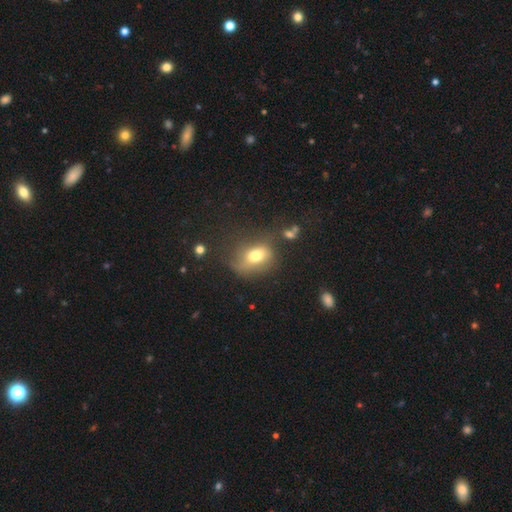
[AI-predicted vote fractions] This is likely a smooth galaxy (72%). How rounded: likely in between (62%). Merging: possibly none (54%).